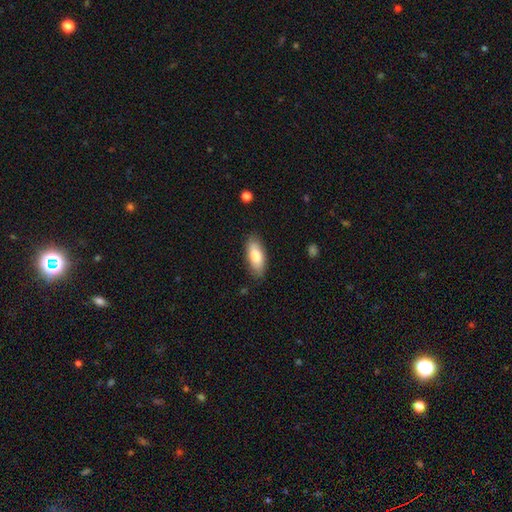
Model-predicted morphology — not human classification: type=smooth (80%); roundness=in between (82%); merging=none (84%).